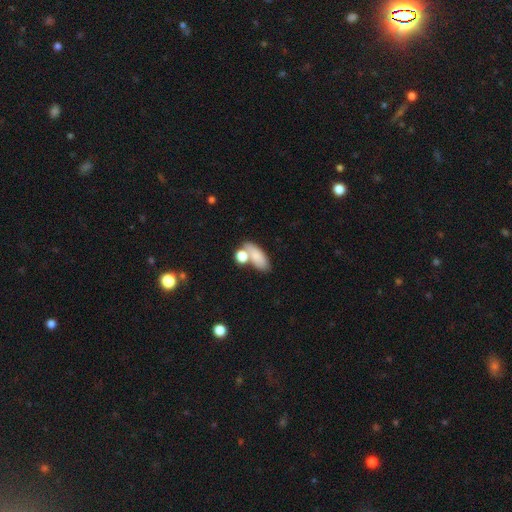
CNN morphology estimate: A smooth galaxy with no disk features (80%) that is in between round and cigar-shaped (81%).

Vote fractions:
- Smooth or featured? smooth: 80% / featured or disk: 11% / star or artifact: 9%
- How rounded? in between: 81% / cigar-shaped: 10% / round: 9%
- Merging? none: 50% / merger: 29% / minor disturbance: 14% / major disturbance: 7%